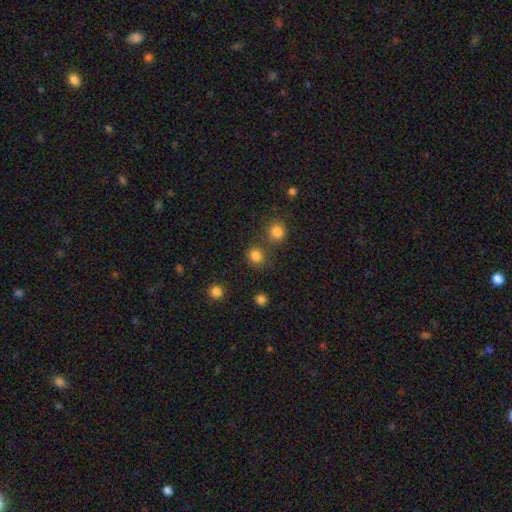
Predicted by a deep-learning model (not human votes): Smooth or featured?
  - smooth: 81% *
  - star or artifact: 14%
  - featured or disk: 4%
How rounded?
  - round: 80% *
  - in between: 19%
  - cigar-shaped: 1%
Merging?
  - none: 71% *
  - merger: 16%
  - minor disturbance: 9%
  - major disturbance: 4%